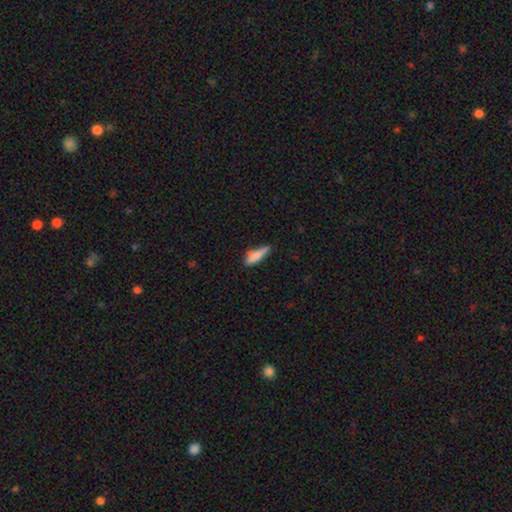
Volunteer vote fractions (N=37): Smooth or featured? 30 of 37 (81%) said smooth. How rounded? 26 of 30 (87%) said cigar-shaped. Merging? 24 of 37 (65%) said none.